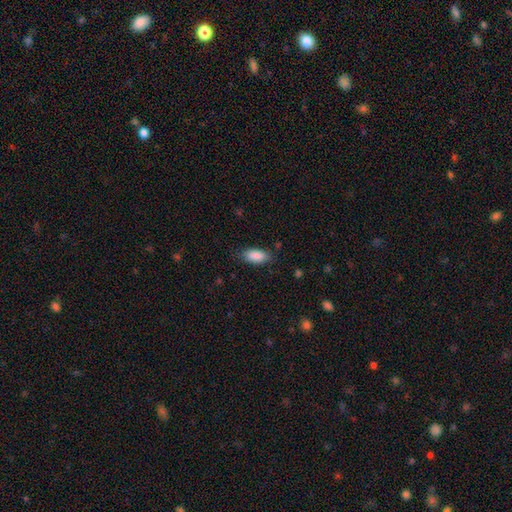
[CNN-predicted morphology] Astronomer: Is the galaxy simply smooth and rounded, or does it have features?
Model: smooth — 89%.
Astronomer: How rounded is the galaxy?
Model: in between — 89%.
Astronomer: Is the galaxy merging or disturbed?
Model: none — 80%.